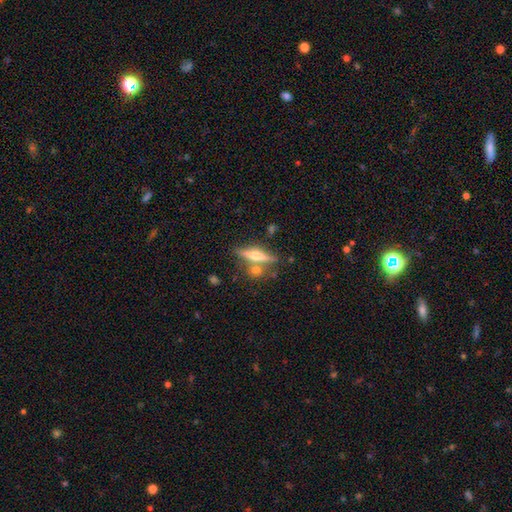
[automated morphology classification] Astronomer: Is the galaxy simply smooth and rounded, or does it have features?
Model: featured or disk — 59%.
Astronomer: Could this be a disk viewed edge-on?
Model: yes — 94%.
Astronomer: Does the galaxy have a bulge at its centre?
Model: rounded — 86%.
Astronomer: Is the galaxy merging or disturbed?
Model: none — 70%.